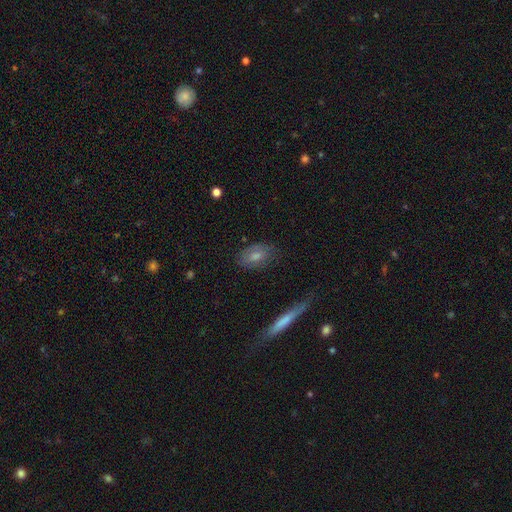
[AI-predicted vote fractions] Smooth or featured? smooth (62%)
How rounded? in between (79%)
Merging? none (80%)